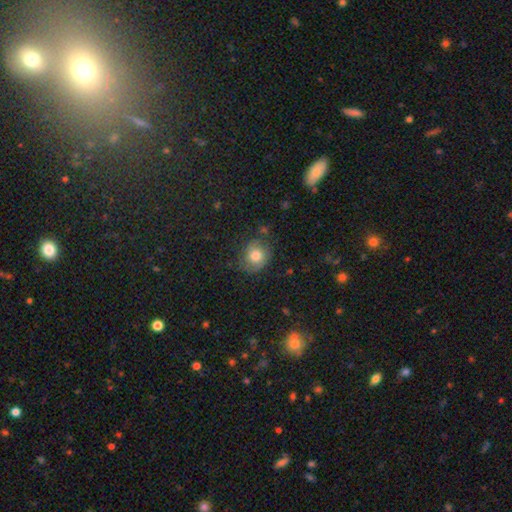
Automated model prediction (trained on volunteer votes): A smooth galaxy with no disk features (68%) that is round (68%).

Vote fractions:
- Smooth or featured? smooth: 68% / featured or disk: 22% / star or artifact: 10%
- How rounded? round: 68% / in between: 31% / cigar-shaped: 1%
- Merging? none: 66% / minor disturbance: 23% / major disturbance: 9% / merger: 2%